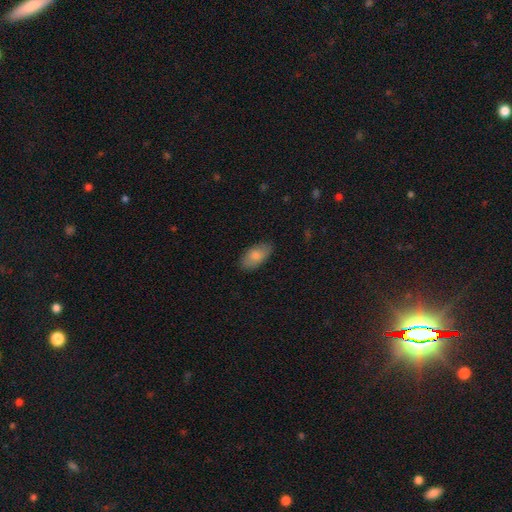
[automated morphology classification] This appears to be a smooth galaxy with no disk features (82%) that is in between round and cigar-shaped (94%). Merging: none (84%).